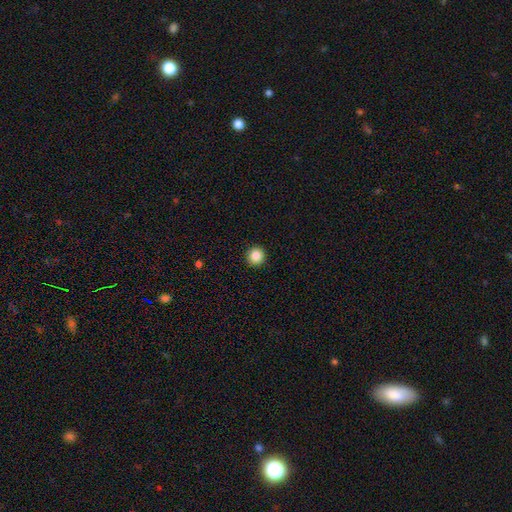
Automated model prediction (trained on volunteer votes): smooth 87%, star or artifact 10%, featured or disk 4%. Down the decision tree: how rounded — round (95%); merging — none (93%).